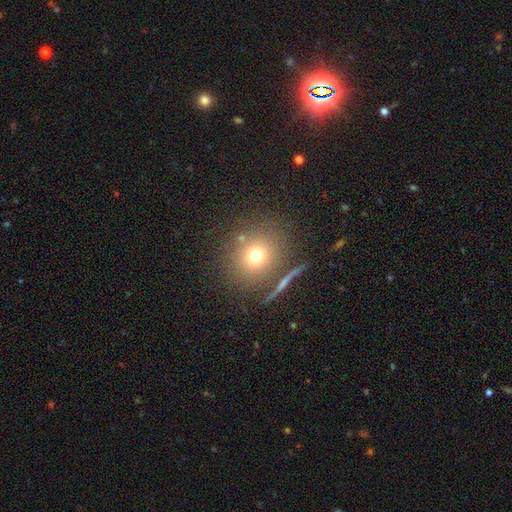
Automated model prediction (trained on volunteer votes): The model was most divided on "smooth or featured": smooth: 70%, star or artifact: 17%, featured or disk: 13%. More confident: how rounded — round (86%); merging — none (79%).